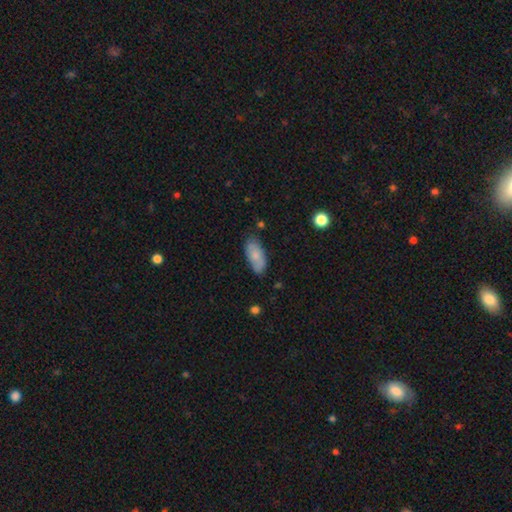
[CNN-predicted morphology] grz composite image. It shows a smooth galaxy with no disk features (79%) that is in between round and cigar-shaped (89%). Merging: none (74%).